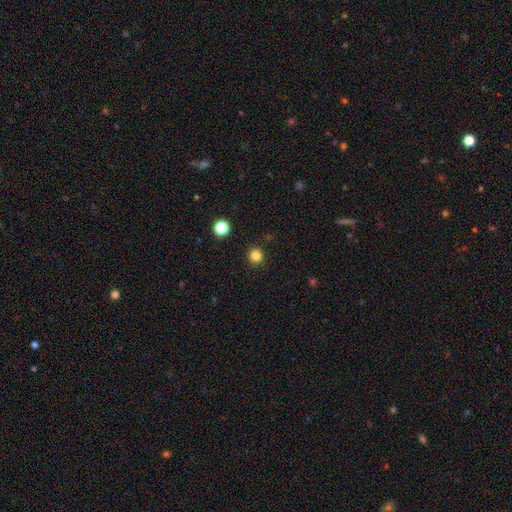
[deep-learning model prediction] Smooth or featured?
  - smooth: 83% *
  - star or artifact: 13%
  - featured or disk: 4%
How rounded?
  - round: 94% *
  - in between: 5%
  - cigar-shaped: 1%
Merging?
  - none: 92% *
  - minor disturbance: 5%
  - major disturbance: 2%
  - merger: 1%